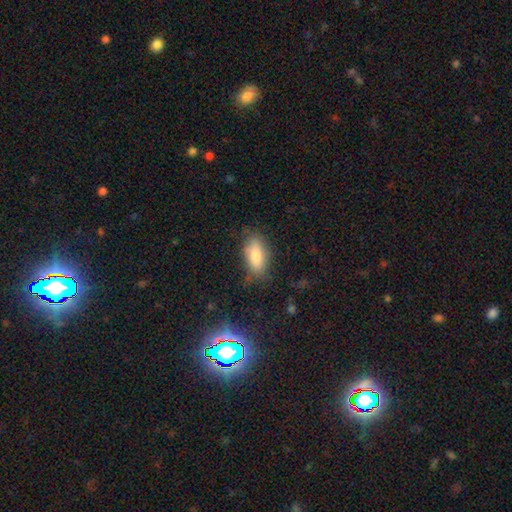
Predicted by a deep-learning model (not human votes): smooth_or_featured: smooth (p=0.75) [alt: star or artifact p=0.13]
how_rounded: in between (p=0.84) [alt: cigar-shaped p=0.12]
merging: none (p=0.78) [alt: minor disturbance p=0.17]